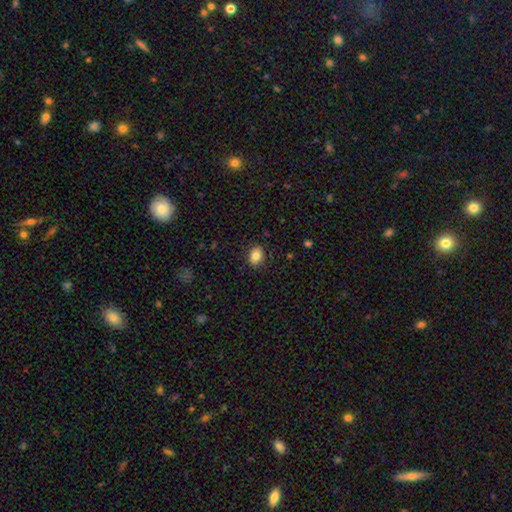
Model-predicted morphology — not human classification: smooth-or-featured: smooth: 84% | star or artifact: 9% | featured or disk: 7%
  how-rounded: in between: 70% | round: 29% | cigar-shaped: 1%
  merging: none: 88% | minor disturbance: 9% | major disturbance: 2% | merger: 1%